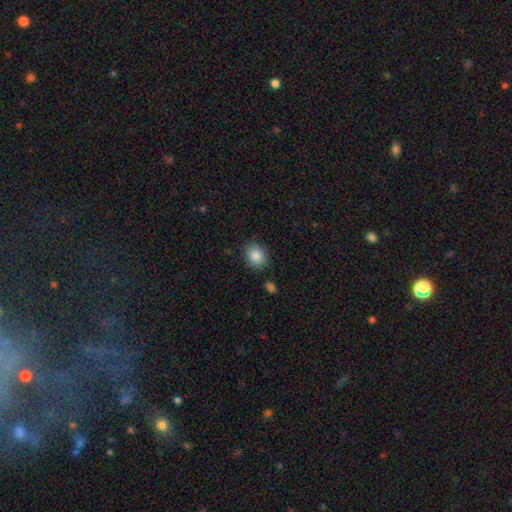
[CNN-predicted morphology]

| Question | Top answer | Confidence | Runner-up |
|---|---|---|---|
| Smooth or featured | smooth | 86% | star or artifact (8%) |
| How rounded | in between | 50% | round (49%) |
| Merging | none | 85% | minor disturbance (10%) |